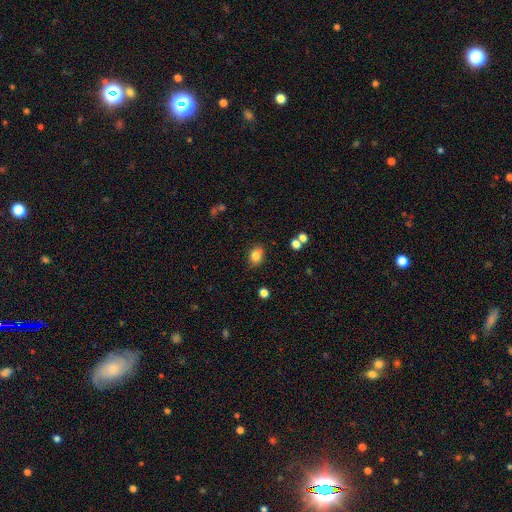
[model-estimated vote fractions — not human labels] This appears to be a smooth galaxy with no disk features (82%) that is in between round and cigar-shaped (65%). Merging: none (79%).